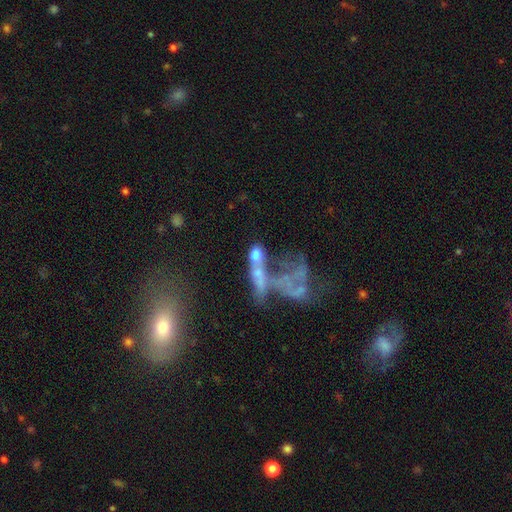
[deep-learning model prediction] Morphology: type=featured or disk (42%, tied with smooth); merging=merger (57%).